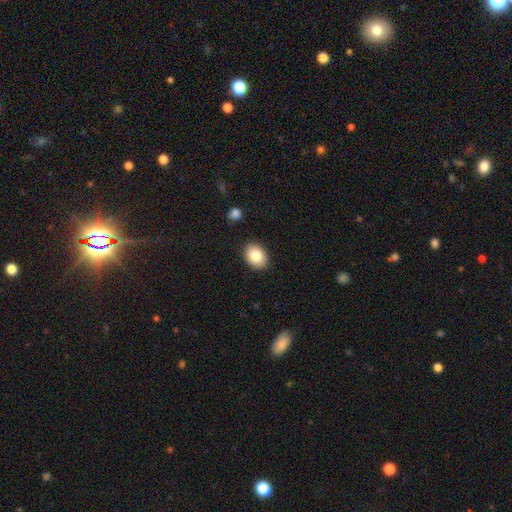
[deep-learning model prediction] Overall: smooth (84%). How rounded: in between (72%). Merging: none (89%).